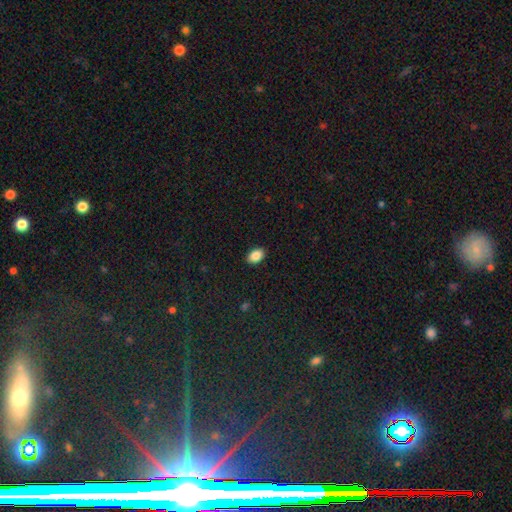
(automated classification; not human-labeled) This is clearly a smooth galaxy (88%). How rounded: clearly in between (87%). Merging: clearly none (89%).